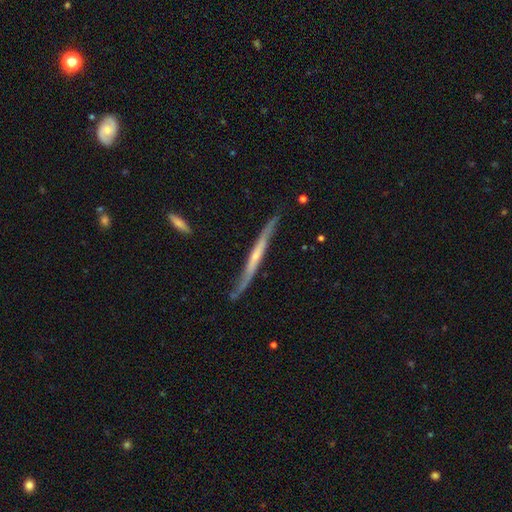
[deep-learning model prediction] This is likely a featured or disk galaxy (71%). It is clearly viewed edge-on (89%). Edge-on bulge: possibly none (59%). Merging: likely none (72%).